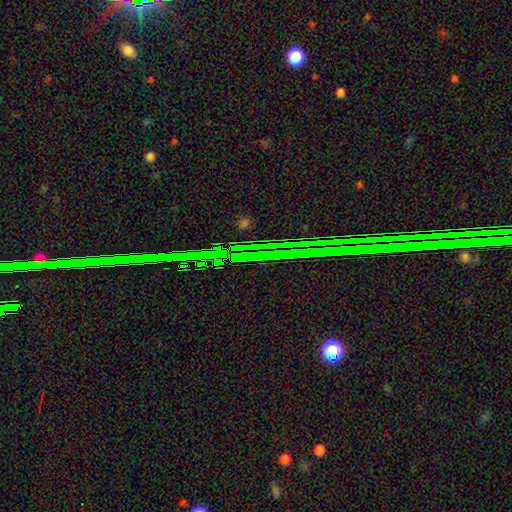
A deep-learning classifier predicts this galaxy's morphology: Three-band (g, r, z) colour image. It shows a star or artifact, not a galaxy (82%).